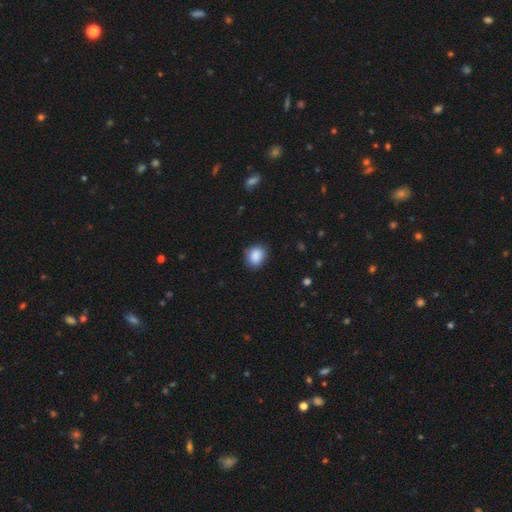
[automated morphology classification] Overall: smooth (88%). How rounded: round (51%; in between 48%). Merging: none (80%).